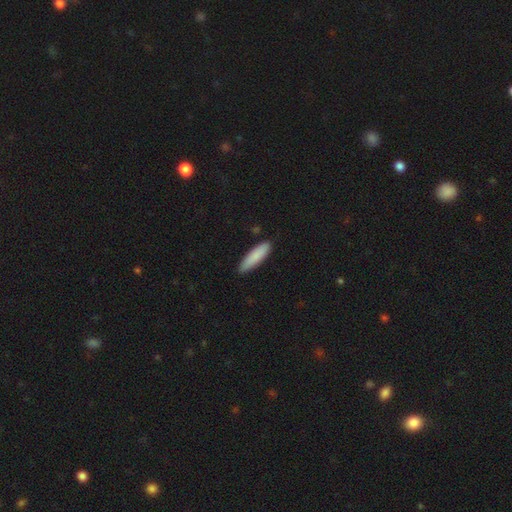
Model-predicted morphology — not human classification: Smooth or featured?
  - smooth: 86% *
  - featured or disk: 8%
  - star or artifact: 6%
How rounded?
  - cigar-shaped: 67% *
  - in between: 31%
  - round: 1%
Merging?
  - none: 86% *
  - minor disturbance: 11%
  - major disturbance: 2%
  - merger: 1%